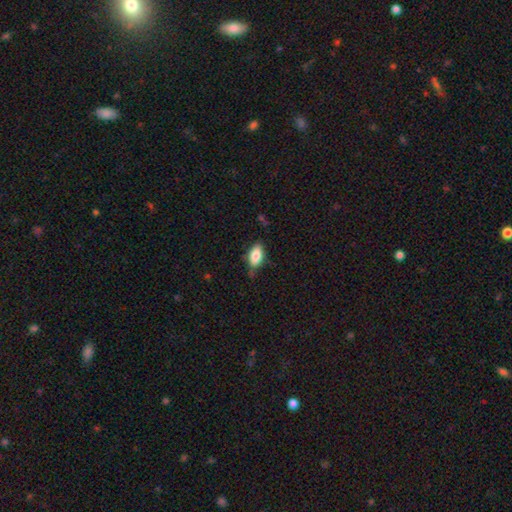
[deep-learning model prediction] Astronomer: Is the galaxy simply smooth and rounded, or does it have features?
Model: smooth — 81%.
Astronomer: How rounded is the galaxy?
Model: in between — 89%.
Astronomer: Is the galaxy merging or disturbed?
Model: none — 70%.